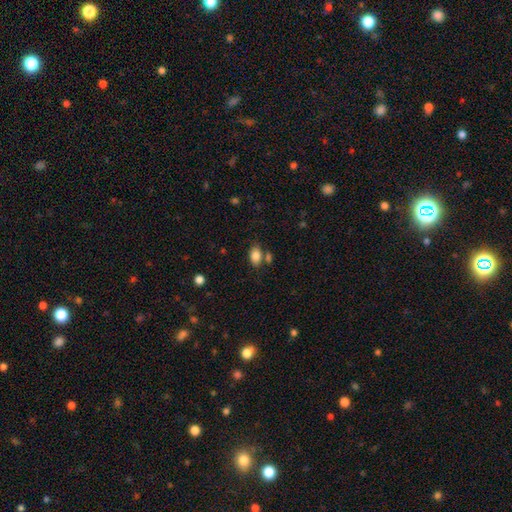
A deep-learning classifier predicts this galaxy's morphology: Smooth or featured: smooth — 85% (star or artifact — 9%)
How rounded: in between — 88% (round — 10%)
Merging: none — 64% (merger — 17%)